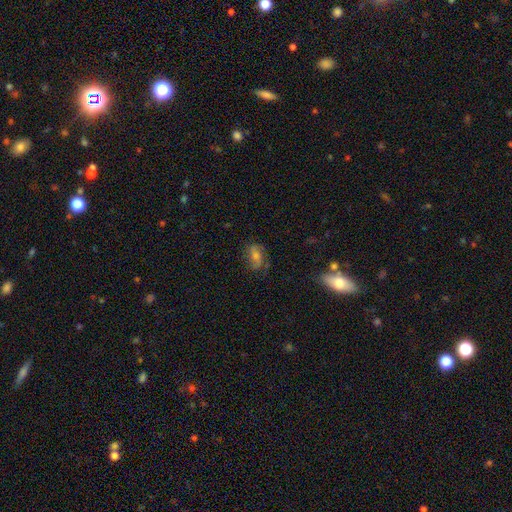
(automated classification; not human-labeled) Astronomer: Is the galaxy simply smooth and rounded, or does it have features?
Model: featured or disk — 48% (runner-up: smooth, 36%).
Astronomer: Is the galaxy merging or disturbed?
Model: none — 72%.